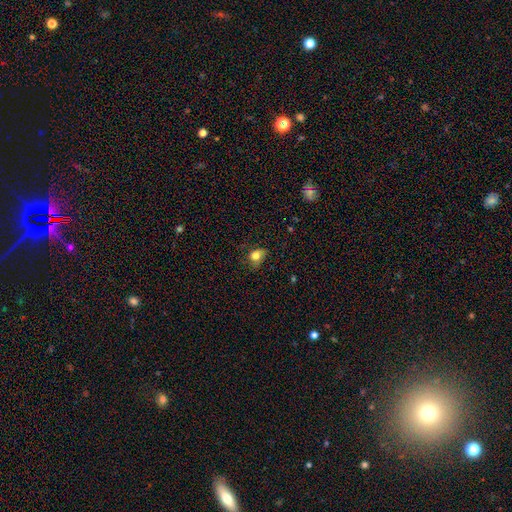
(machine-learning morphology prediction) This appears to be a smooth galaxy with no disk features (78%) that is in between round and cigar-shaped (58%). Merging: none (53%).